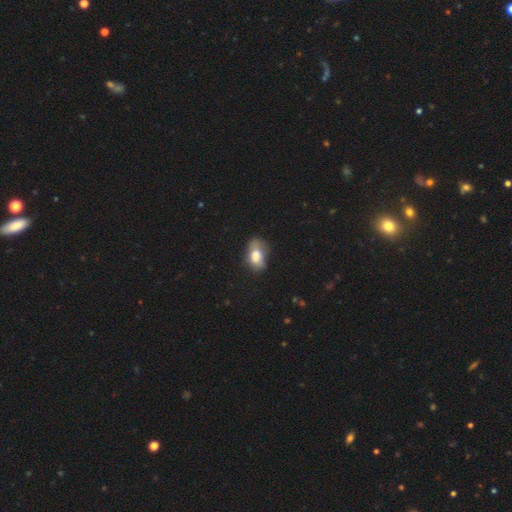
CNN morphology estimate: smooth-or-featured: smooth: 75% | featured or disk: 16% | star or artifact: 9%
  how-rounded: in between: 87% | round: 11% | cigar-shaped: 2%
  merging: none: 43% | minor disturbance: 36% | major disturbance: 18% | merger: 3%